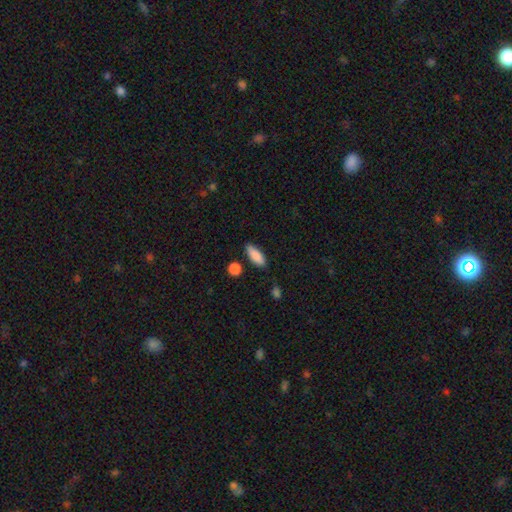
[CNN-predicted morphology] Smooth or featured: smooth — 87% (star or artifact — 7%)
How rounded: in between — 72% (cigar-shaped — 26%)
Merging: none — 81% (minor disturbance — 13%)